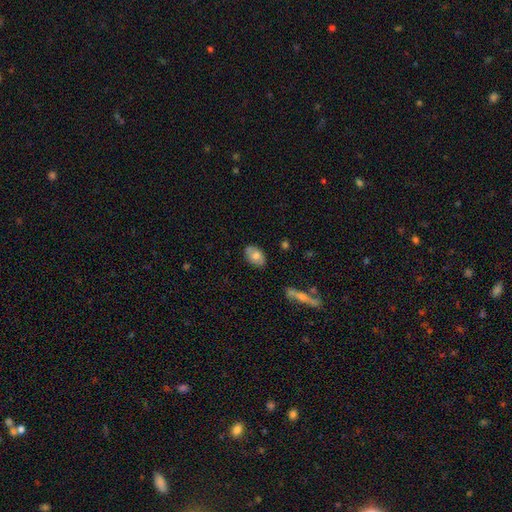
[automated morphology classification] Overall: smooth (67%; featured or disk 27%). How rounded: in between (87%). Merging: none (81%).